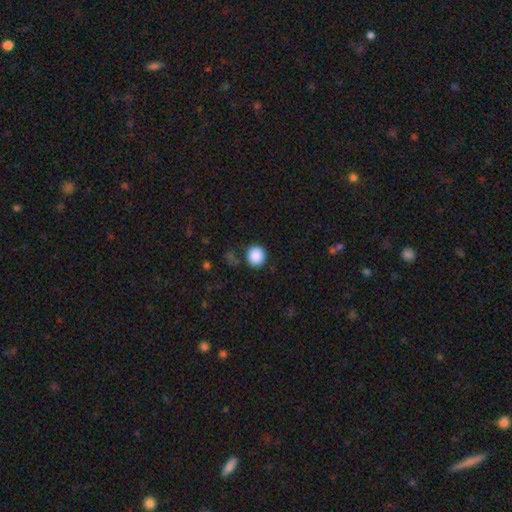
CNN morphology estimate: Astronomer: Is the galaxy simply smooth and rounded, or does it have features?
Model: smooth — 89%.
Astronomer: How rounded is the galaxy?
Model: round — 90%.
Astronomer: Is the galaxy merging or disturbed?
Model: none — 85%.